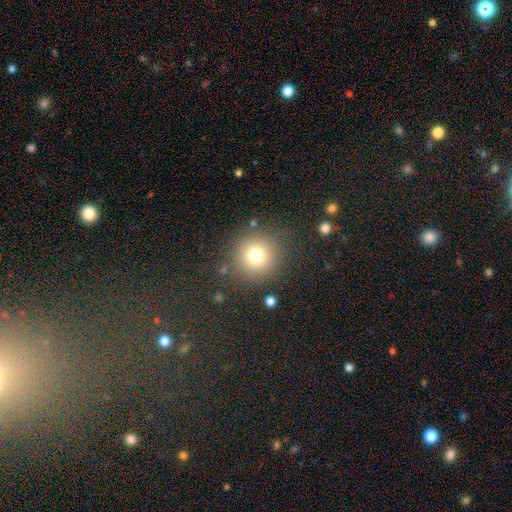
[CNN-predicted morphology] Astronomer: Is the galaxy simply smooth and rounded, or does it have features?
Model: smooth — 76%.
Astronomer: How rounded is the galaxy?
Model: round — 93%.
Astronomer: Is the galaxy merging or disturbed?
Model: none — 84%.